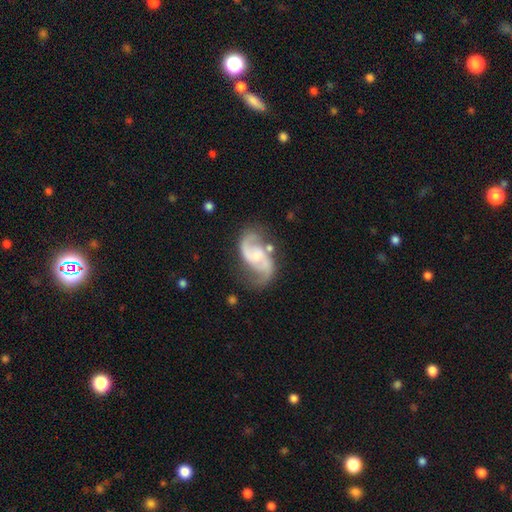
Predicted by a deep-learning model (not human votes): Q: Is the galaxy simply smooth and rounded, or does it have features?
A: featured or disk — 90%.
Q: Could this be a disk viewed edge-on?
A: no — 97%.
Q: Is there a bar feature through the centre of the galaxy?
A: no — 47%.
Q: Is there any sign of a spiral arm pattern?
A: yes — 97%.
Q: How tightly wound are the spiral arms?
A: medium — 52%.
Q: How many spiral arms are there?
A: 2 — 92%.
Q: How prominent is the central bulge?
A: small — 53%.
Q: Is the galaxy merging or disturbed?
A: none — 66%.